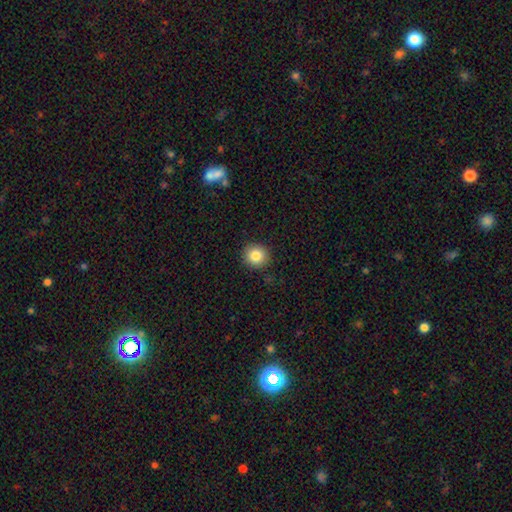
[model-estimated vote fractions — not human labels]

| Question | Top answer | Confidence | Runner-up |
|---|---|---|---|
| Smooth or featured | smooth | 84% | star or artifact (10%) |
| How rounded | round | 90% | in between (9%) |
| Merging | none | 90% | minor disturbance (7%) |